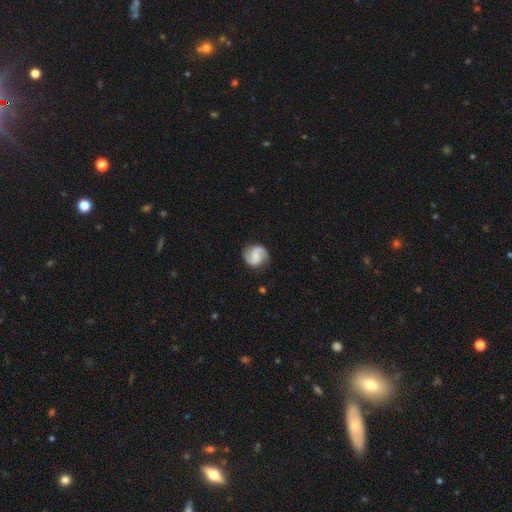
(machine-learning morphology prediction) Smooth or featured? Predicted: featured or disk (p=0.75). Edge-on disk? Predicted: no (p=0.98). Bar? Predicted: no (p=0.46). Spiral arms? Predicted: yes (p=0.97). Spiral winding? Predicted: medium (p=0.48). Spiral arm count? Predicted: 2 (p=0.92). Bulge size? Predicted: none (p=0.43). Merging? Predicted: none (p=0.83).